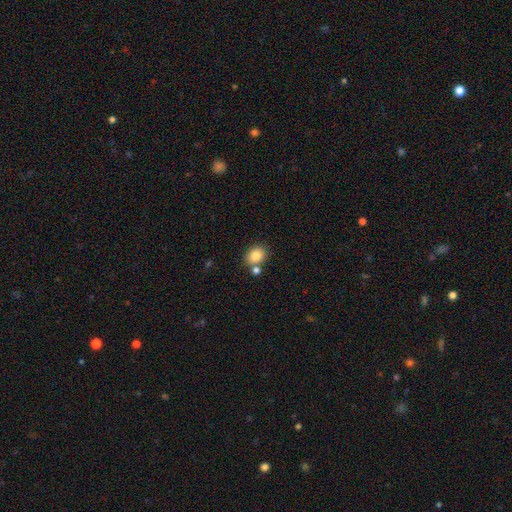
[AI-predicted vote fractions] Q: Smooth or featured?
A: smooth (84%); runner-up: star or artifact (9%)
Q: How rounded?
A: round (56%); runner-up: in between (43%)
Q: Merging?
A: none (67%); runner-up: merger (19%)